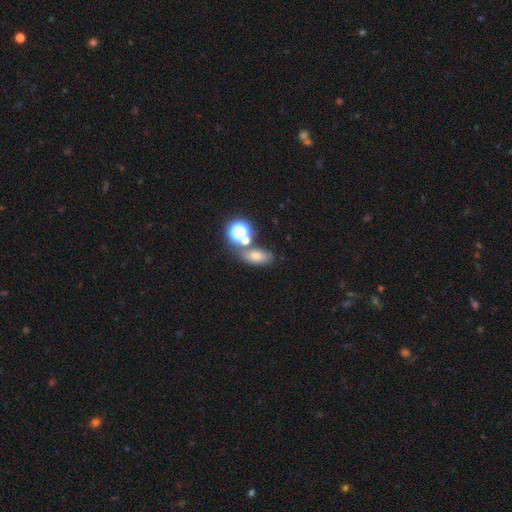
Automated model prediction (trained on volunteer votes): Smooth or featured? Predicted: smooth (p=0.57). How rounded? Predicted: in between (p=0.71). Merging? Predicted: none (p=0.57).